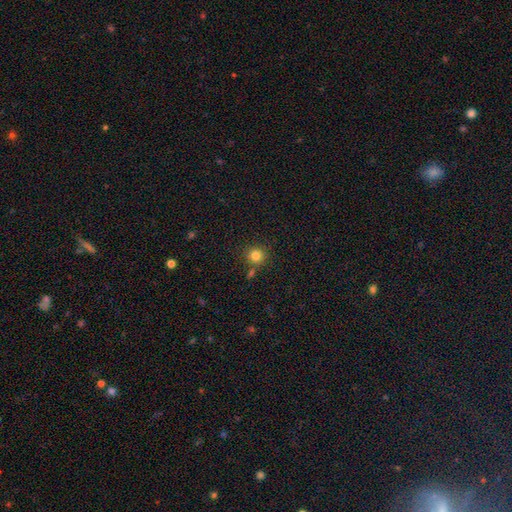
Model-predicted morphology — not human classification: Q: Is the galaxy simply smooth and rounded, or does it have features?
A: smooth — 82%.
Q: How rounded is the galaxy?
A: round — 92%.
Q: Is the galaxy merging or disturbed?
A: none — 79%.